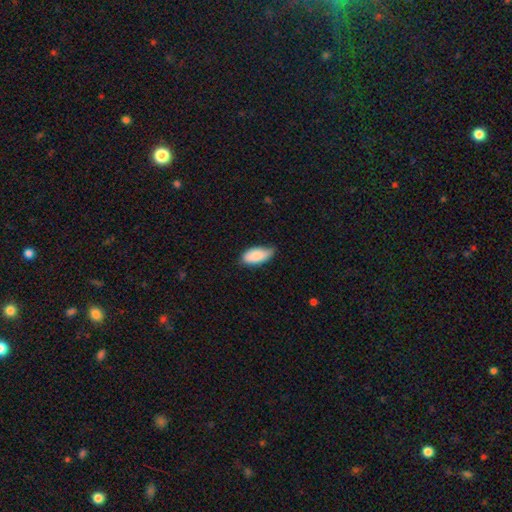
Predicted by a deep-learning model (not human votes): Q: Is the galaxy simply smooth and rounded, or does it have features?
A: smooth — 86%.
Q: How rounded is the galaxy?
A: in between — 92%.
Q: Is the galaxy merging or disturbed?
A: none — 59%.